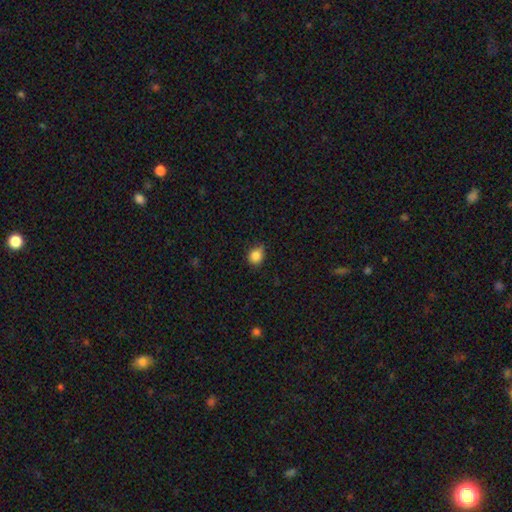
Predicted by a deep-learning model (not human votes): The model was most divided on "merging": none: 70%, minor disturbance: 25%, major disturbance: 4%, merger: 1%. More confident: smooth or featured — smooth (84%); how rounded — round (72%).